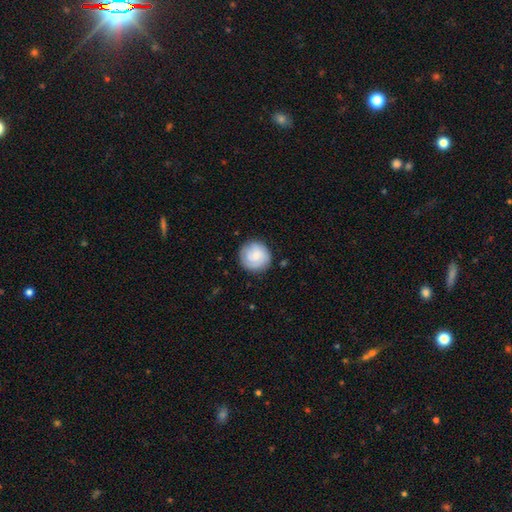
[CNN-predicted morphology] Smooth or featured? smooth (65%)
How rounded? round (93%)
Merging? none (86%)